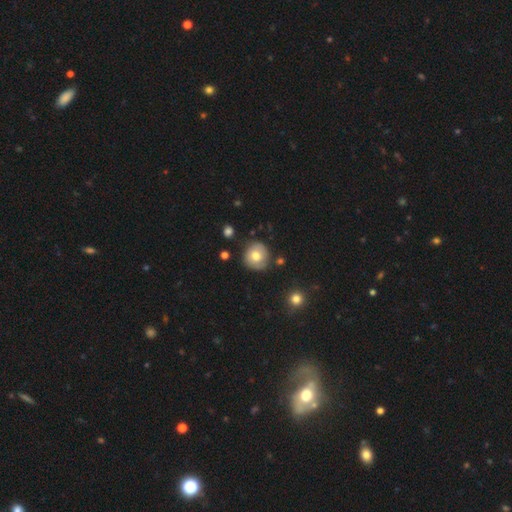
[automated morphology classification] This is likely a smooth galaxy (70%). How rounded: clearly round (91%). Merging: clearly none (81%).